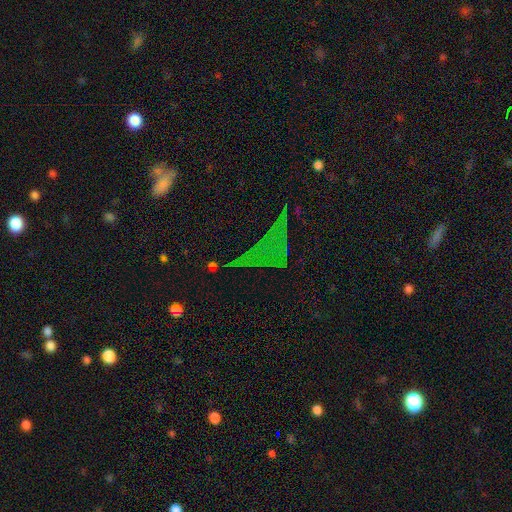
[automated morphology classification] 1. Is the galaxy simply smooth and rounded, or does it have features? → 64% star or artifact, 22% smooth, 15% featured or disk.